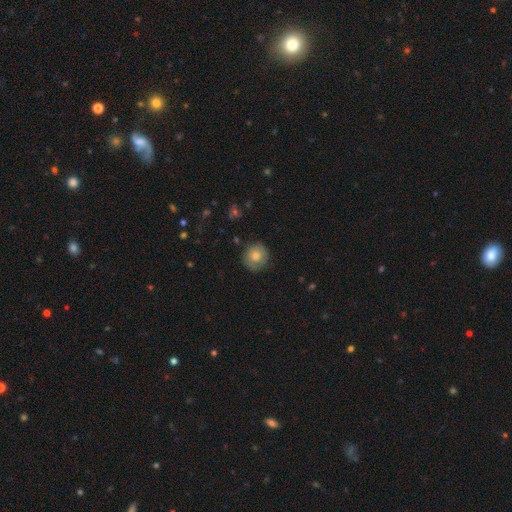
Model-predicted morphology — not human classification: A smooth galaxy with no disk features (73%) that is round (91%). Merging: none (81%).